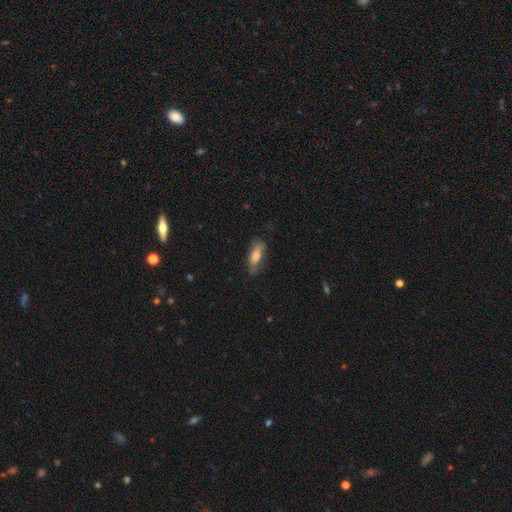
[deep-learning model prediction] Smooth or featured? Predicted: smooth (p=0.70). How rounded? Predicted: in between (p=0.64). Merging? Predicted: none (p=0.68).